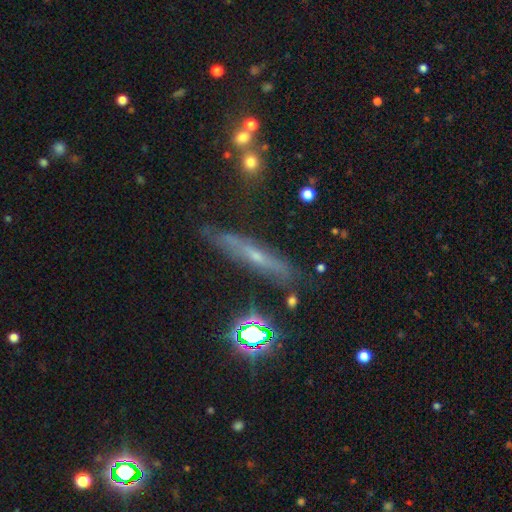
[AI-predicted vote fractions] Smooth or featured? featured or disk (54%)
Edge-on disk? yes (84%)
Merging? none (78%)